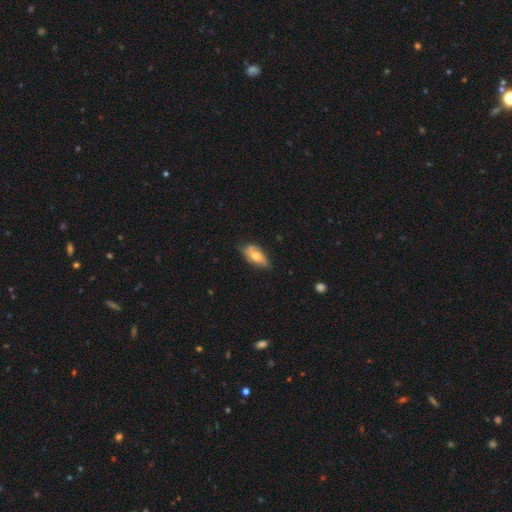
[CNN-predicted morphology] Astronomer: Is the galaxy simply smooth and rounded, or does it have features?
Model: smooth — 60%.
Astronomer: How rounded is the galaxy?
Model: in between — 87%.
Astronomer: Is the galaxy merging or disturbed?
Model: none — 60%.